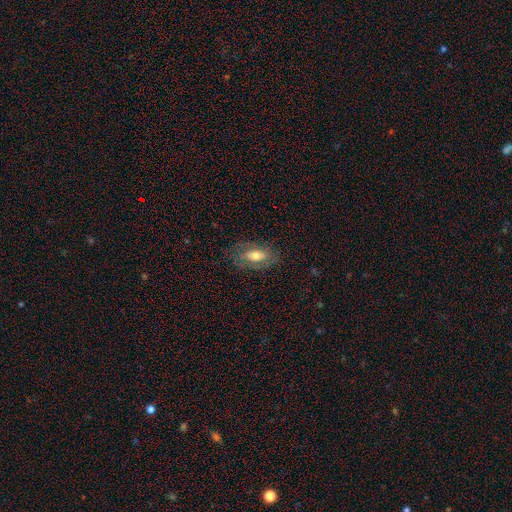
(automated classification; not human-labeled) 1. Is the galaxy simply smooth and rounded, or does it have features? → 53% smooth, 40% featured or disk, 7% star or artifact.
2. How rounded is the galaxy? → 87% in between, 7% cigar-shaped, 6% round.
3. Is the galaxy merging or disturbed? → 75% none, 17% minor disturbance, 7% major disturbance, 1% merger.